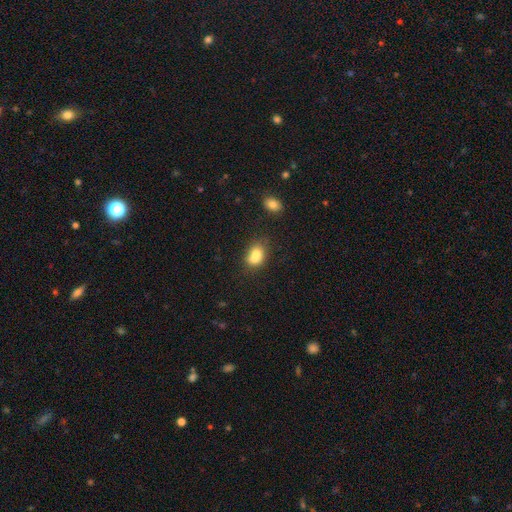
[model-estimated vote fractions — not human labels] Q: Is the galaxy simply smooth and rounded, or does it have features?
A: smooth — 75%.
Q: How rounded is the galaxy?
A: in between — 64%.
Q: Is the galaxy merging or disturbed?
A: merger — 41%.